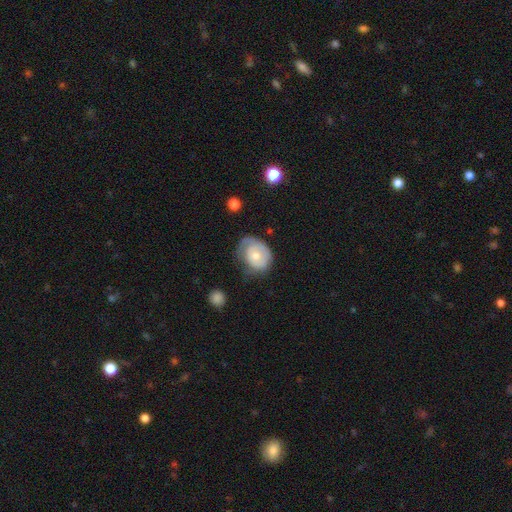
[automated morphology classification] Smooth or featured? Predicted: featured or disk (p=0.48). Merging? Predicted: none (p=0.41).